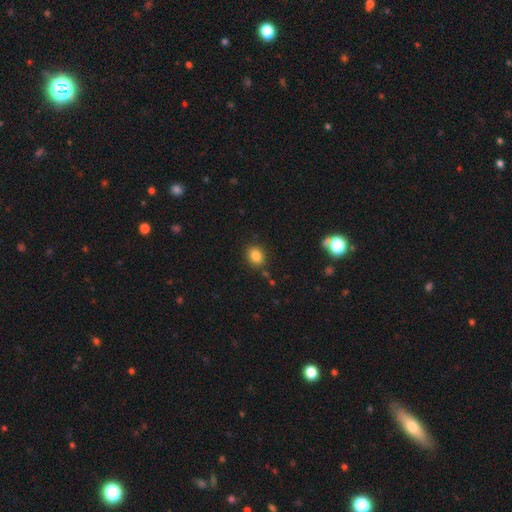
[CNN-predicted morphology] type=smooth (84%); roundness=round (53%); merging=none (85%).